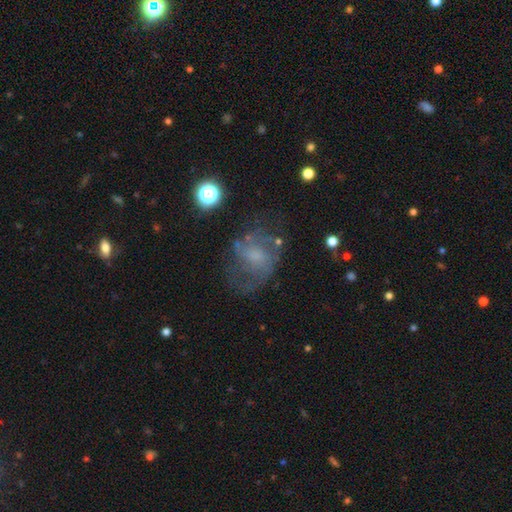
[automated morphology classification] smooth-or-featured: featured or disk: 60% | smooth: 26% | star or artifact: 14%
  disk-edge-on: no: 97% | yes: 3%
    bar: no: 70% | weak: 26% | strong: 4%
    has-spiral-arms: yes: 69% | no: 31%
    bulge-size: none: 39% | small: 28% | moderate: 25% | large: 7% | dominant: 2%
  merging: none: 47% | major disturbance: 28% | minor disturbance: 21% | merger: 3%